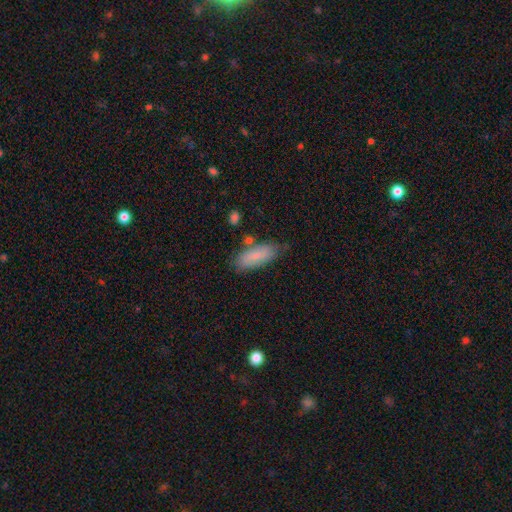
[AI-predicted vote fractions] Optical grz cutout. It shows a smooth galaxy with no disk features (82%) that is in between round and cigar-shaped (72%). Merging: none (72%).